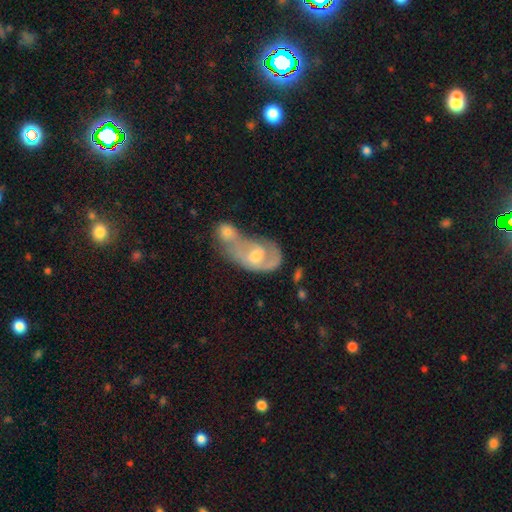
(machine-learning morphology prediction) Q: Smooth or featured?
A: featured or disk (64%); runner-up: smooth (30%)
Q: Edge-on disk?
A: no (95%); runner-up: yes (5%)
Q: Bar?
A: no (54%); runner-up: weak (38%)
Q: Spiral arms?
A: yes (69%); runner-up: no (31%)
Q: Bulge size?
A: moderate (62%); runner-up: small (27%)
Q: Merging?
A: merger (69%); runner-up: major disturbance (12%)